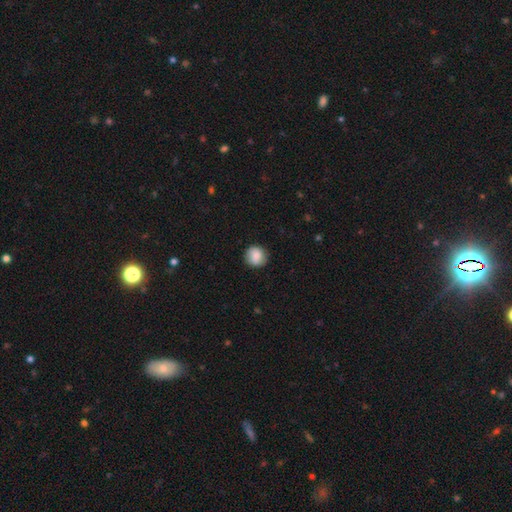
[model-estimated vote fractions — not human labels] smooth-or-featured: smooth: 84% | featured or disk: 8% | star or artifact: 8%
  how-rounded: round: 90% | in between: 9% | cigar-shaped: 1%
  merging: none: 88% | minor disturbance: 9% | major disturbance: 2% | merger: 1%